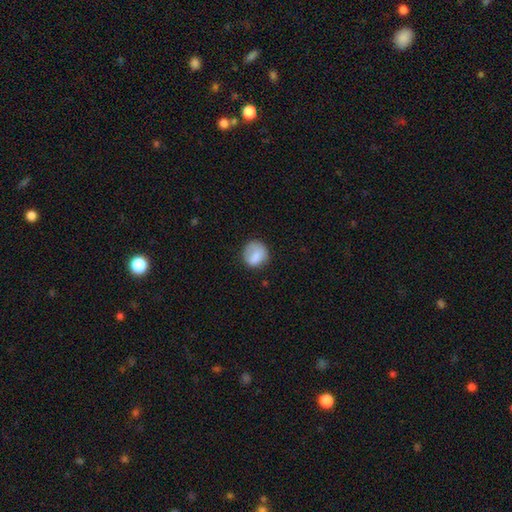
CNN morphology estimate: Smooth or featured?
  - smooth: 80% *
  - featured or disk: 13%
  - star or artifact: 7%
How rounded?
  - round: 82% *
  - in between: 17%
  - cigar-shaped: 1%
Merging?
  - none: 67% *
  - minor disturbance: 22%
  - major disturbance: 10%
  - merger: 2%